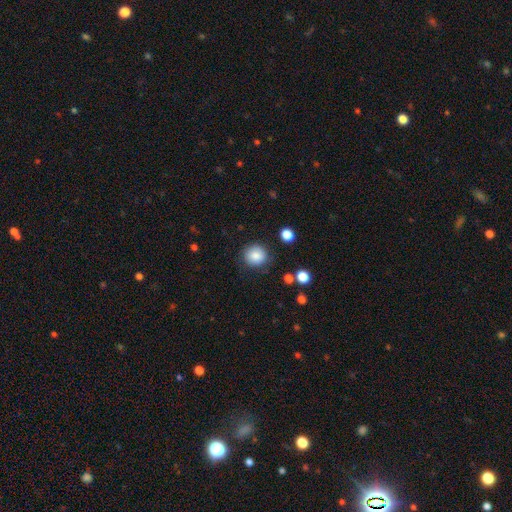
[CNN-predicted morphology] This appears to be a smooth galaxy with no disk features (85%) that is round (88%). Merging: none (84%).